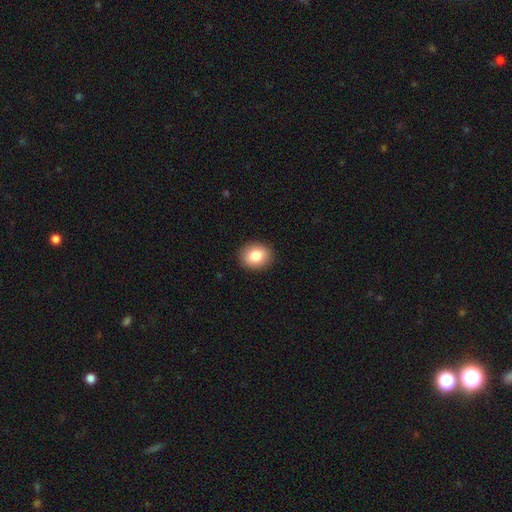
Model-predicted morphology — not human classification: This appears to be a smooth galaxy with no disk features (84%) that is round (63%). Merging: none (91%).